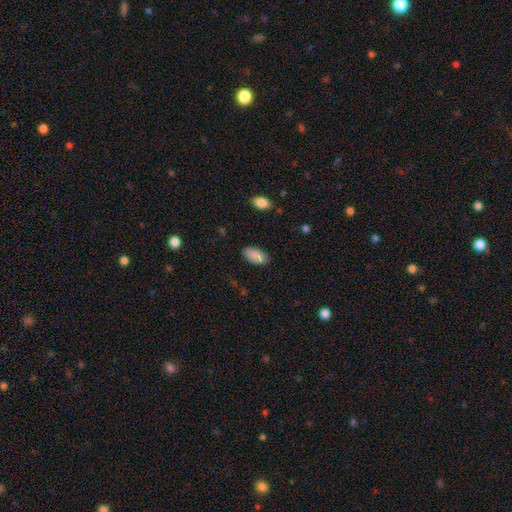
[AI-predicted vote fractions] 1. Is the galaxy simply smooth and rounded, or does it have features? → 90% smooth, 7% star or artifact, 4% featured or disk.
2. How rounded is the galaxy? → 94% in between, 3% cigar-shaped, 2% round.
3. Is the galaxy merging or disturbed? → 87% none, 10% minor disturbance, 2% major disturbance, 1% merger.